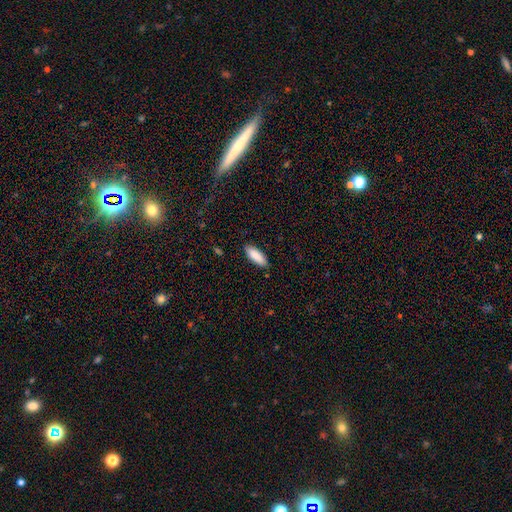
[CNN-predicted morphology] smooth-or-featured: smooth: 88% | featured or disk: 6% | star or artifact: 6%
  how-rounded: in between: 65% | cigar-shaped: 33% | round: 1%
  merging: none: 88% | minor disturbance: 9% | major disturbance: 2% | merger: 1%